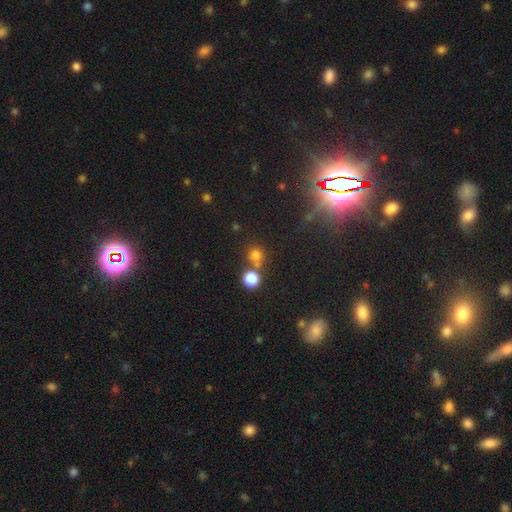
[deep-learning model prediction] Morphology: type=smooth (73%); roundness=round (89%); merging=none (63%).